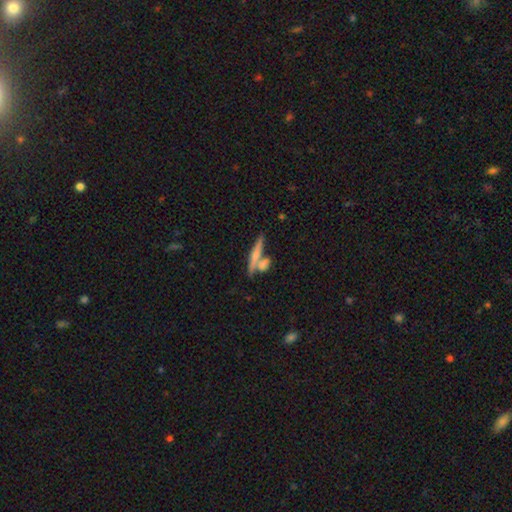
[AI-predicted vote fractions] smooth 51%, featured or disk 41%, star or artifact 8%. Down the decision tree: how rounded — cigar-shaped (81%); merging — none (52%).